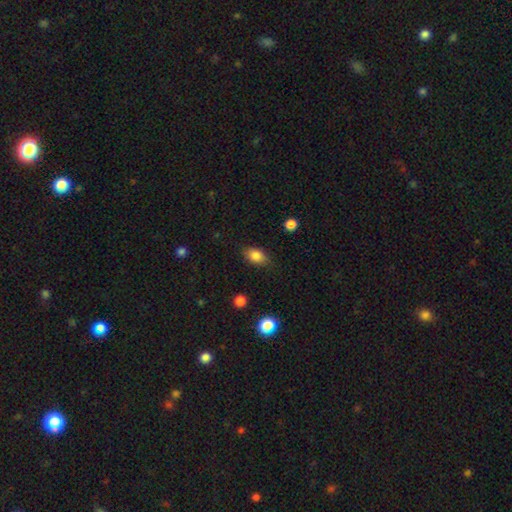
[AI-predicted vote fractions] smooth_or_featured: smooth (p=0.84) [alt: star or artifact p=0.09]
how_rounded: in between (p=0.82) [alt: round p=0.16]
merging: none (p=0.80) [alt: minor disturbance p=0.15]